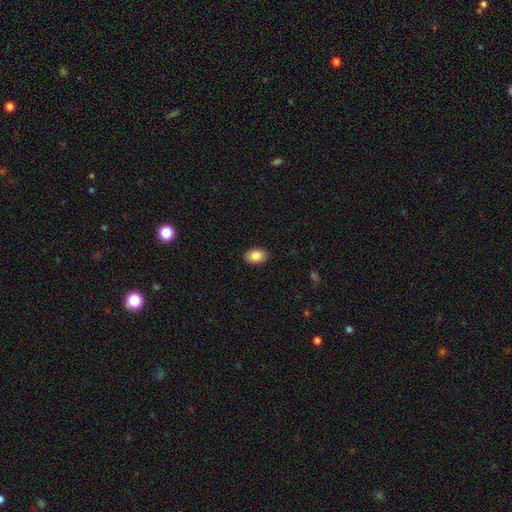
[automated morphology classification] This appears to be a smooth galaxy with no disk features (86%) that is in between round and cigar-shaped (86%). Merging: none (89%).